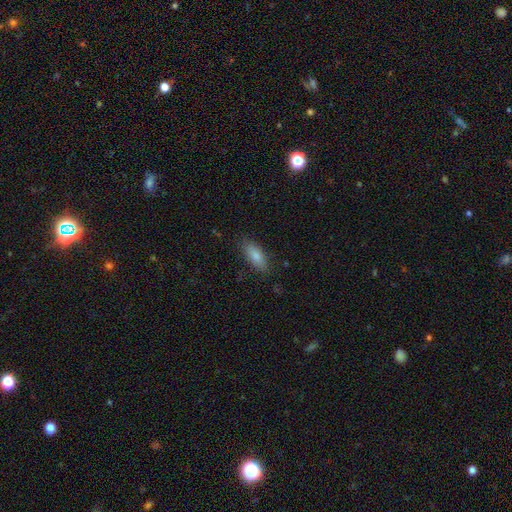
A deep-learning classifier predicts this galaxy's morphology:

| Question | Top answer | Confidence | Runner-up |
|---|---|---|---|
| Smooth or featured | smooth | 81% | featured or disk (12%) |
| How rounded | in between | 77% | cigar-shaped (21%) |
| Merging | none | 82% | minor disturbance (14%) |